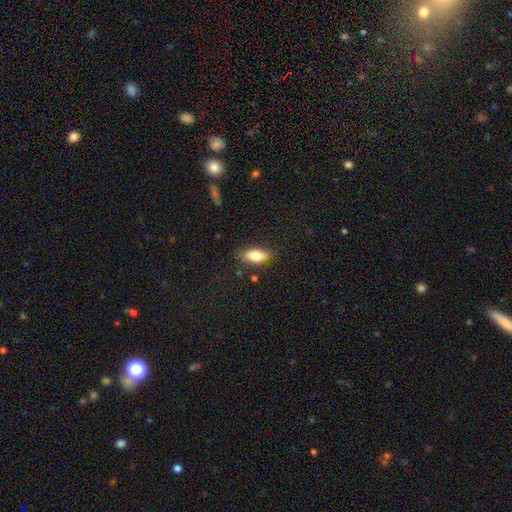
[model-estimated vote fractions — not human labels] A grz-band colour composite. It shows a smooth galaxy with no disk features (78%) that is in between round and cigar-shaped (86%). Merging: none (75%).